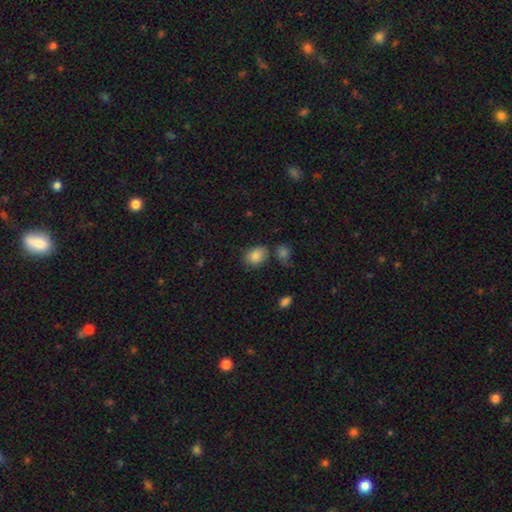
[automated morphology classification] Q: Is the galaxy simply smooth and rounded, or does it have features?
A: smooth — 83%.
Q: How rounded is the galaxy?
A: in between — 63%.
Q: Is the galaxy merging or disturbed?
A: none — 65%.